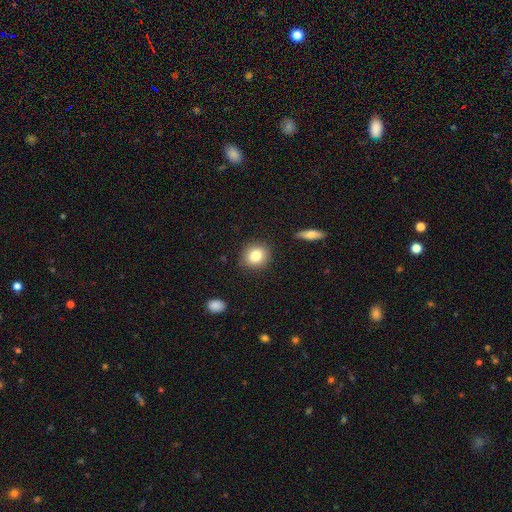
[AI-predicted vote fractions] smooth_or_featured: smooth (p=0.82) [alt: star or artifact p=0.09]
how_rounded: round (p=0.76) [alt: in between p=0.23]
merging: none (p=0.87) [alt: minor disturbance p=0.09]